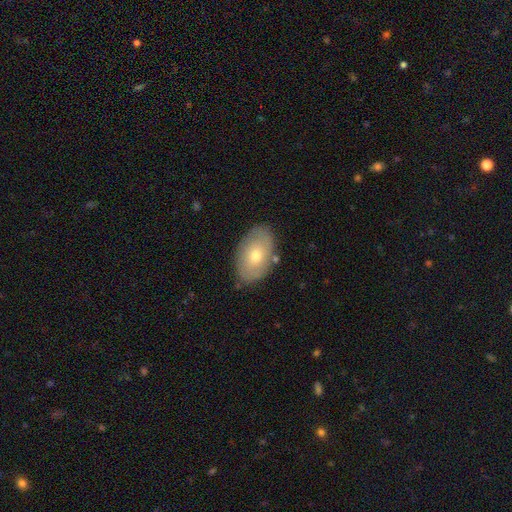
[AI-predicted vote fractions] A smooth galaxy with no disk features (61%) that is in between round and cigar-shaped (89%).

Vote fractions:
- Smooth or featured? smooth: 61% / featured or disk: 31% / star or artifact: 7%
- How rounded? in between: 89% / round: 9% / cigar-shaped: 1%
- Merging? none: 81% / minor disturbance: 13% / major disturbance: 3% / merger: 3%